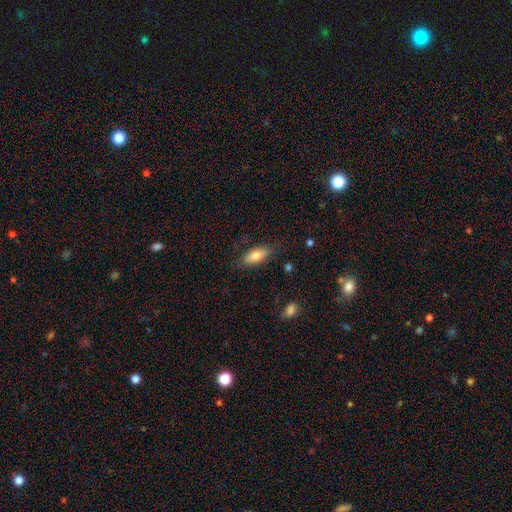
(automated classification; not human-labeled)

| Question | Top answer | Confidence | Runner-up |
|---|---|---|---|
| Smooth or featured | smooth | 77% | featured or disk (16%) |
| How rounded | in between | 78% | cigar-shaped (19%) |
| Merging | none | 79% | minor disturbance (15%) |